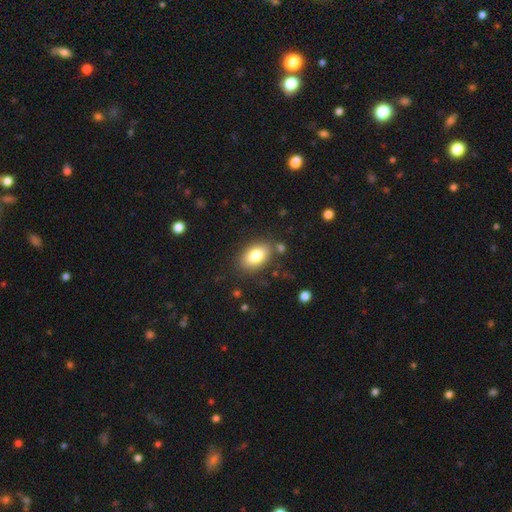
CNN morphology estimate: A smooth galaxy with no disk features (81%) that is in between round and cigar-shaped (90%). Merging: none (81%).